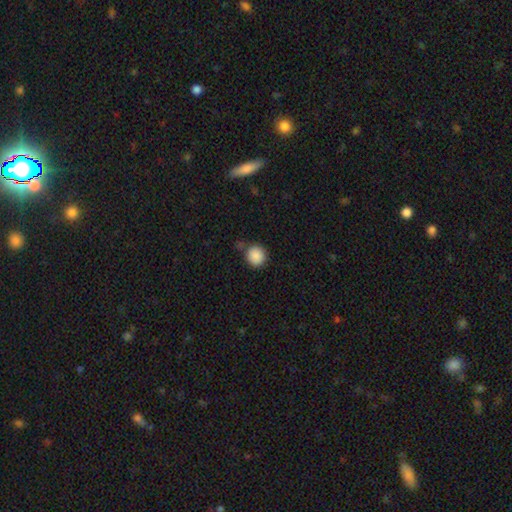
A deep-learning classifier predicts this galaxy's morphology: Smooth or featured: smooth — 88% (star or artifact — 9%)
How rounded: round — 92% (in between — 7%)
Merging: none — 75% (minor disturbance — 14%)